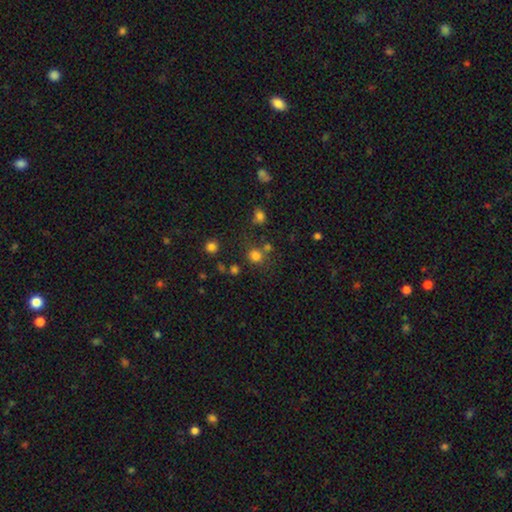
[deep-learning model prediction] This appears to be a smooth galaxy with no disk features (75%) that is round (81%). Merging: none (67%).